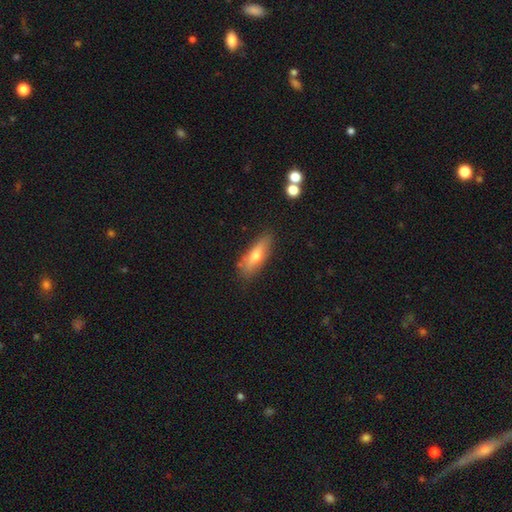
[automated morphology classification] Smooth or featured? smooth (61%)
How rounded? in between (50%)
Merging? none (78%)